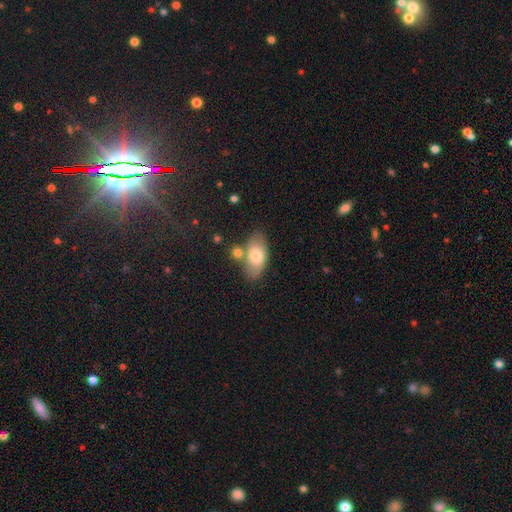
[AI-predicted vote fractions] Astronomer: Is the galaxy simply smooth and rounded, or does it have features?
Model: smooth — 70%.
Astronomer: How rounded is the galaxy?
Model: in between — 91%.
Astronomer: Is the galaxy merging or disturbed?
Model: none — 61%.